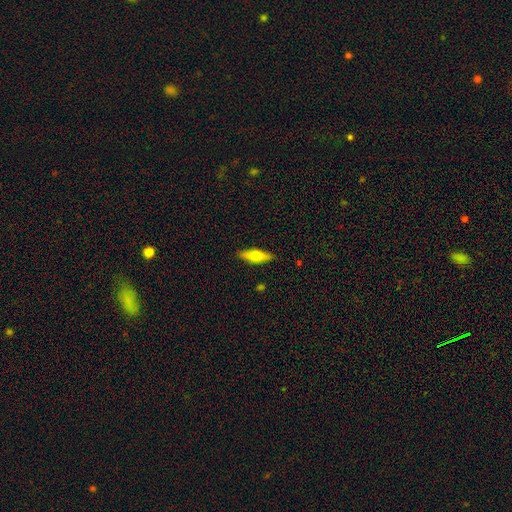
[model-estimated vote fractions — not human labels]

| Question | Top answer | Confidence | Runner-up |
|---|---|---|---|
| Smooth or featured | smooth | 58% | featured or disk (36%) |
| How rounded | cigar-shaped | 56% | in between (42%) |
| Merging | none | 89% | minor disturbance (8%) |